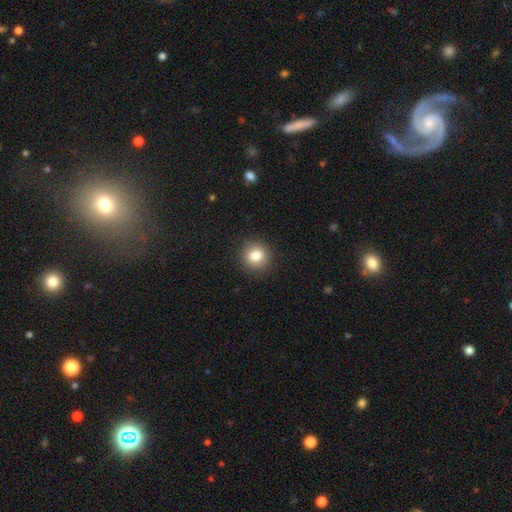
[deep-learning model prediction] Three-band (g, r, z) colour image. It shows a smooth galaxy with no disk features (83%) that is round (90%). Merging: none (91%).